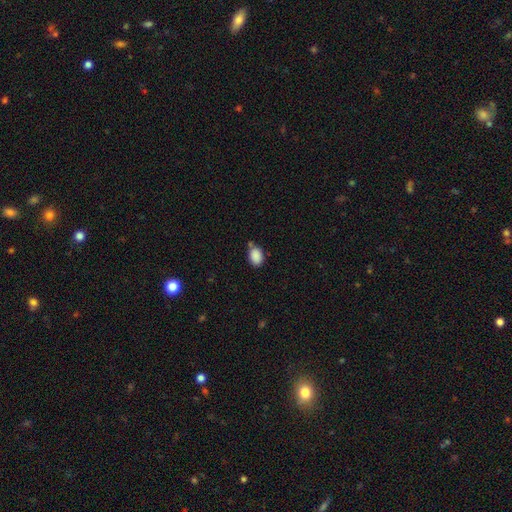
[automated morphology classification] This is clearly a smooth galaxy (88%). How rounded: likely in between (75%). Merging: likely none (63%).